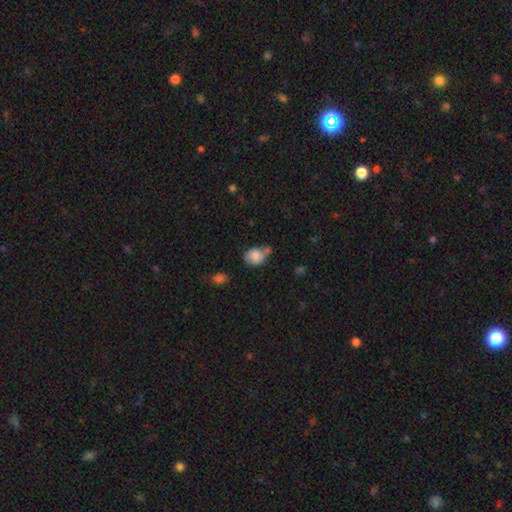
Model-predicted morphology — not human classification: This is likely a smooth galaxy (80%). How rounded: possibly in between (50%). Merging: marginally none (42%).